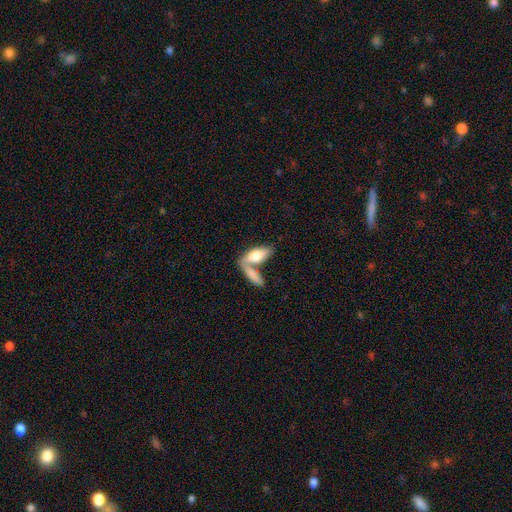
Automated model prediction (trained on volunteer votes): A smooth galaxy with no disk features (71%) that is in between round and cigar-shaped (78%). Merging: merger (57%).